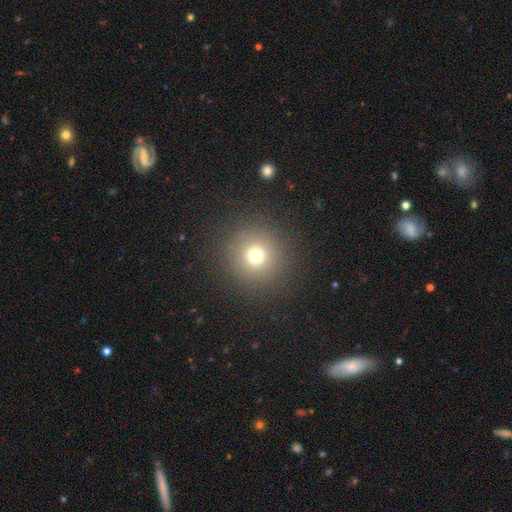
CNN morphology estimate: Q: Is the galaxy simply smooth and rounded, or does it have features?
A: smooth — 72%.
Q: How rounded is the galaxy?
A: round — 95%.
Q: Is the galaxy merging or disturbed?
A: none — 89%.